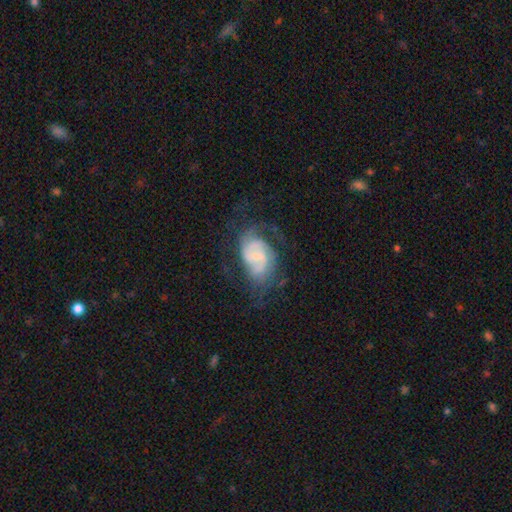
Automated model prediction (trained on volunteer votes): Smooth or featured?
  - featured or disk: 75% *
  - smooth: 17%
  - star or artifact: 8%
Edge-on disk?
  - no: 97% *
  - yes: 3%
Bar?
  - weak: 47% *
  - no: 41%
  - strong: 12%
Spiral arms?
  - yes: 91% *
  - no: 9%
Spiral winding?
  - medium: 43% *
  - tight: 39%
  - loose: 18%
Spiral arm count?
  - 2: 50% *
  - can't tell: 26%
  - 3: 11%
  - 1: 5%
  - 4: 4%
  - more than 4: 3%
Bulge size?
  - small: 55% *
  - moderate: 20%
  - none: 19%
  - large: 4%
  - dominant: 1%
Merging?
  - none: 54% *
  - major disturbance: 22%
  - minor disturbance: 22%
  - merger: 2%